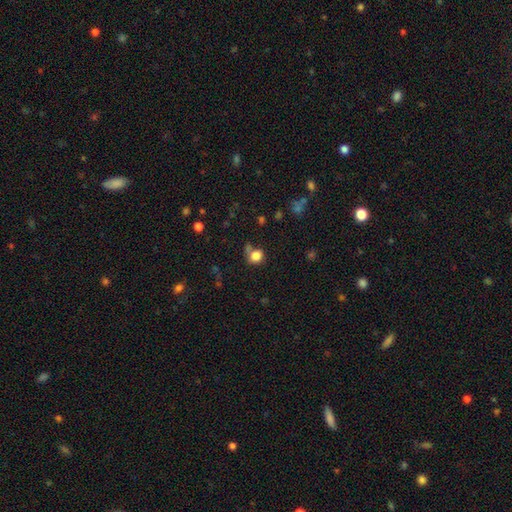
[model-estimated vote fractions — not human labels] Smooth or featured? smooth (83%)
How rounded? round (78%)
Merging? none (59%)